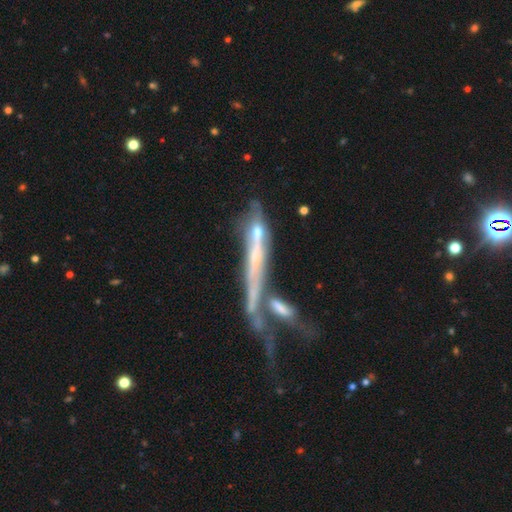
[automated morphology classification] A featured or disk galaxy (66%) viewed edge-on (68%).

Vote fractions:
- Smooth or featured? featured or disk: 66% / smooth: 23% / star or artifact: 12%
- Edge-on disk? yes: 68% / no: 32%
- Merging? merger: 47% / none: 22% / major disturbance: 20% / minor disturbance: 12%